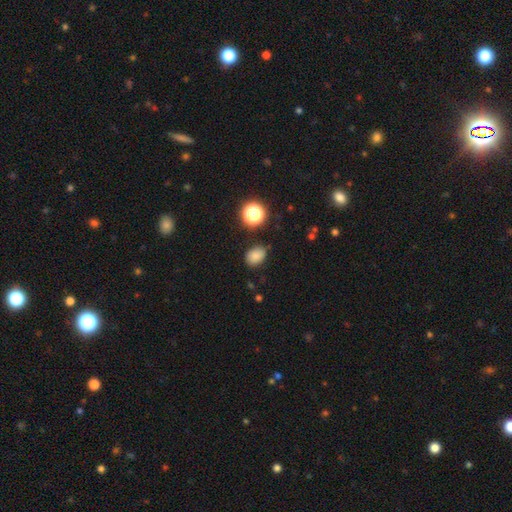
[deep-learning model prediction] This appears to be a smooth galaxy with no disk features (81%) that is in between round and cigar-shaped (65%). Merging: none (80%).